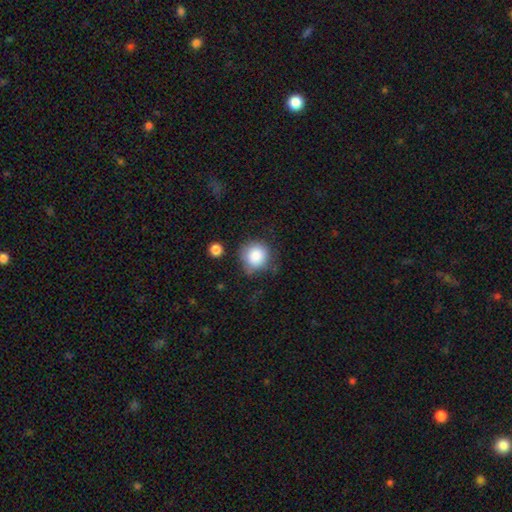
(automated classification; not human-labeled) Overall: smooth (86%). How rounded: round (89%). Merging: none (68%).